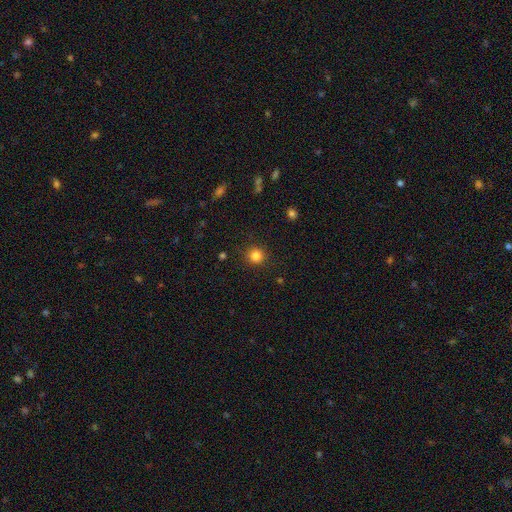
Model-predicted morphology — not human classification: Smooth or featured: smooth — 83% (star or artifact — 12%)
How rounded: round — 93% (in between — 6%)
Merging: none — 89% (minor disturbance — 7%)